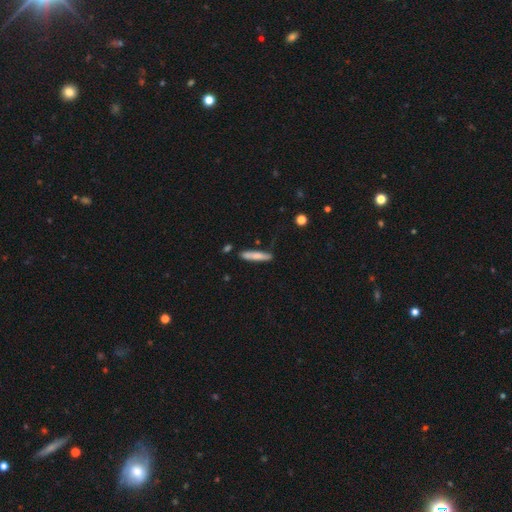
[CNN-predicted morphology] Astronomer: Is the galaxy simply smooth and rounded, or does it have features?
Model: smooth — 75%.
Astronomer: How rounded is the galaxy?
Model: cigar-shaped — 90%.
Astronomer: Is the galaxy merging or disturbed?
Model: none — 76%.